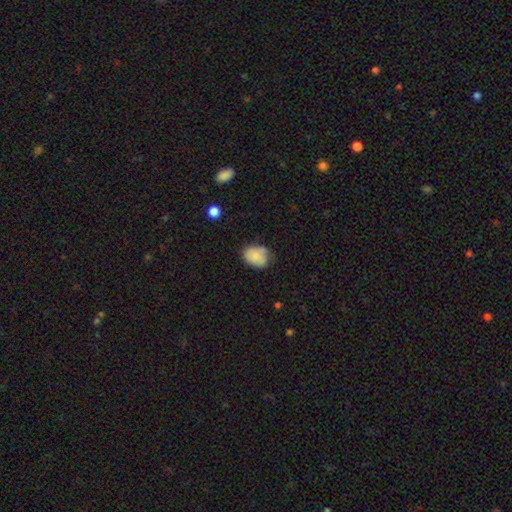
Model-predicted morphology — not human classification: Smooth or featured? Predicted: smooth (p=0.78). How rounded? Predicted: in between (p=0.66). Merging? Predicted: none (p=0.56).